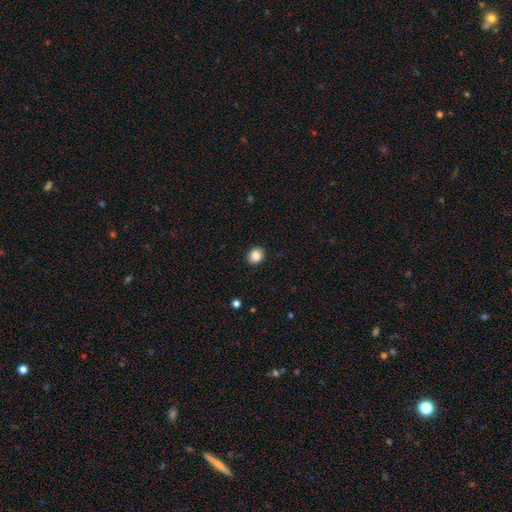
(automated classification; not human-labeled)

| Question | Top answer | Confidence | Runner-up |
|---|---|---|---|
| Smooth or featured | smooth | 87% | star or artifact (9%) |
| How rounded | round | 72% | in between (27%) |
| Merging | none | 91% | minor disturbance (6%) |